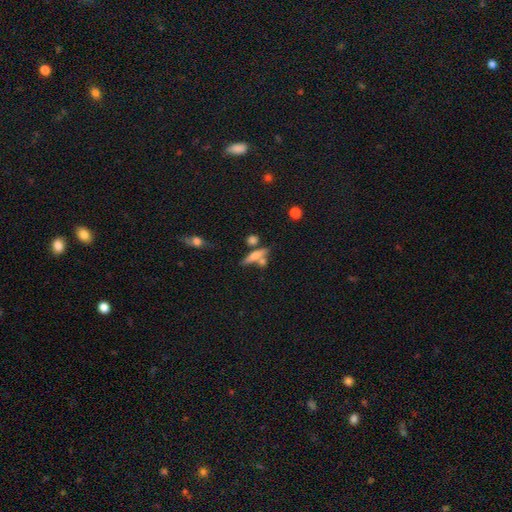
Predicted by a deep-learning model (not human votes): Smooth or featured: smooth — 52% (featured or disk — 39%)
How rounded: cigar-shaped — 70% (in between — 24%)
Merging: none — 55% (merger — 27%)